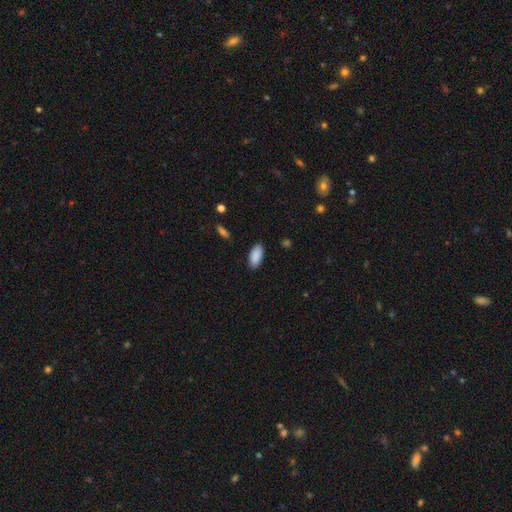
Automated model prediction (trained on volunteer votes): The model was most divided on "merging": none: 88%, minor disturbance: 9%, major disturbance: 2%, merger: 1%. More confident: how rounded — in between (92%); smooth or featured — smooth (90%).